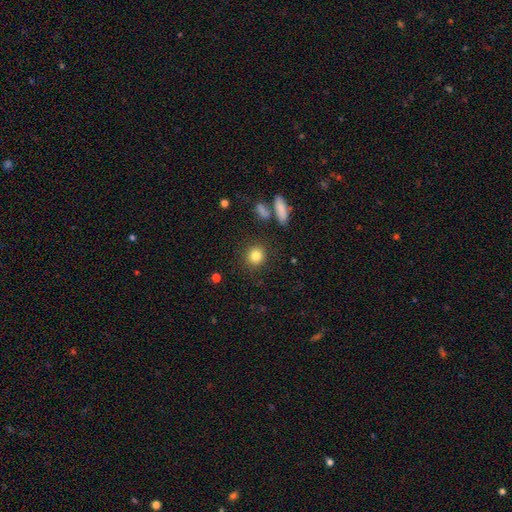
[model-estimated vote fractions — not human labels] smooth 83%, star or artifact 10%, featured or disk 7%. Down the decision tree: how rounded — round (88%); merging — none (88%).